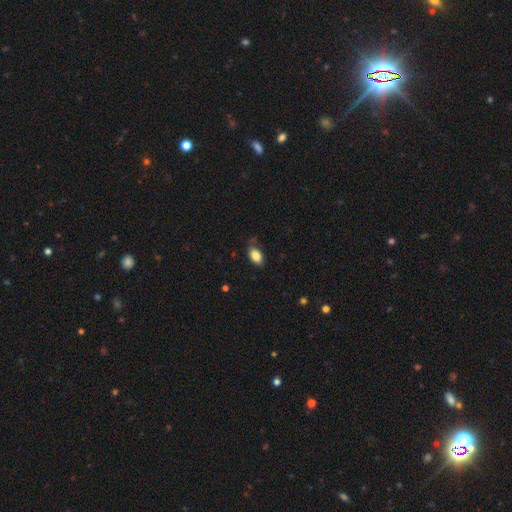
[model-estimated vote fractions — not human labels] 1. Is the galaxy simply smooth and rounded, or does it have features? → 84% smooth, 8% featured or disk, 8% star or artifact.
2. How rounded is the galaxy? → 91% in between, 6% round, 3% cigar-shaped.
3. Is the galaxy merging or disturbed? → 75% none, 19% minor disturbance, 4% major disturbance, 2% merger.